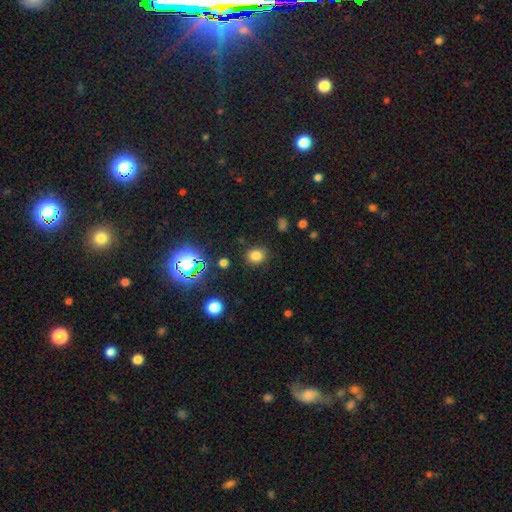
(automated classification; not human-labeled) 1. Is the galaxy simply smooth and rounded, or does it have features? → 77% smooth, 17% star or artifact, 6% featured or disk.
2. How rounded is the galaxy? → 69% round, 30% in between, 1% cigar-shaped.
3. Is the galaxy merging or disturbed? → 86% none, 9% minor disturbance, 3% major disturbance, 2% merger.